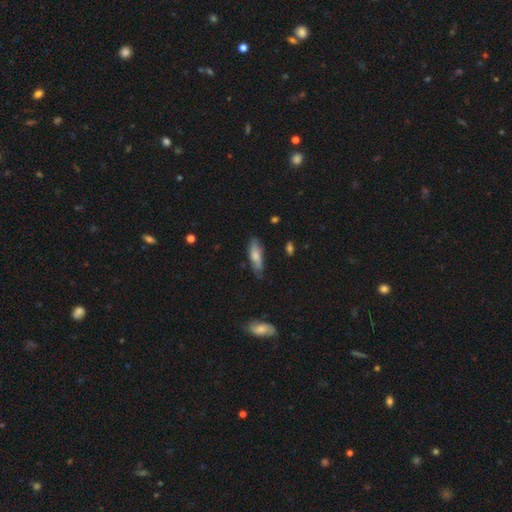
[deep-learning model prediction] Overall: smooth (67%). How rounded: cigar-shaped (54%; in between 44%). Merging: none (75%).